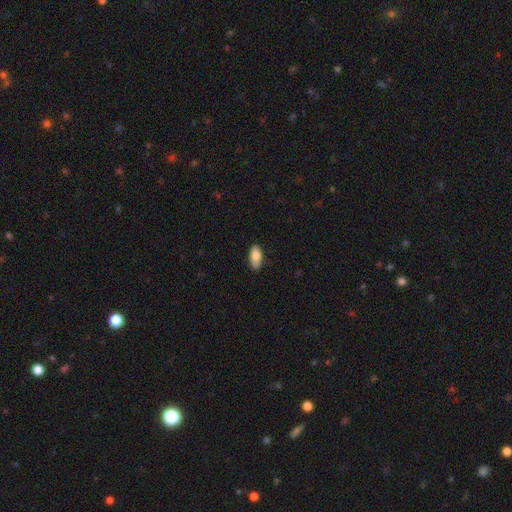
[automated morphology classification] smooth 83%, featured or disk 10%, star or artifact 7%. Down the decision tree: how rounded — in between (89%); merging — none (82%).